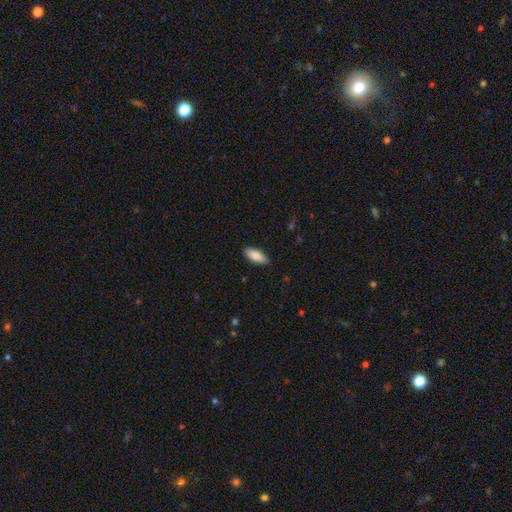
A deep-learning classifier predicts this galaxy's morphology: type=smooth (87%); roundness=in between (79%); merging=none (87%).